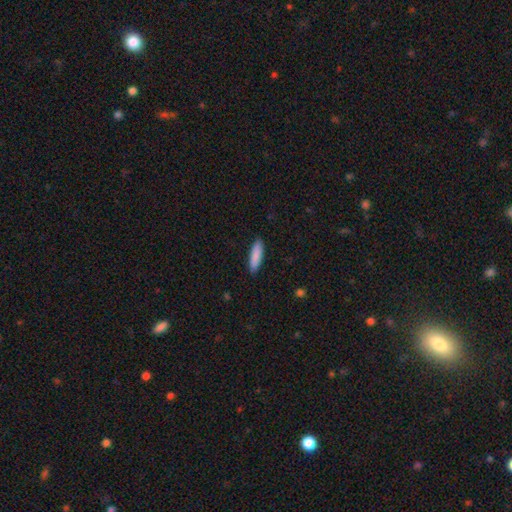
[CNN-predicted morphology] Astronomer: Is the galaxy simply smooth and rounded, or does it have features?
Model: smooth — 88%.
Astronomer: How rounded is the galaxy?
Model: cigar-shaped — 65%.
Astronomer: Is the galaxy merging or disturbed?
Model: none — 90%.